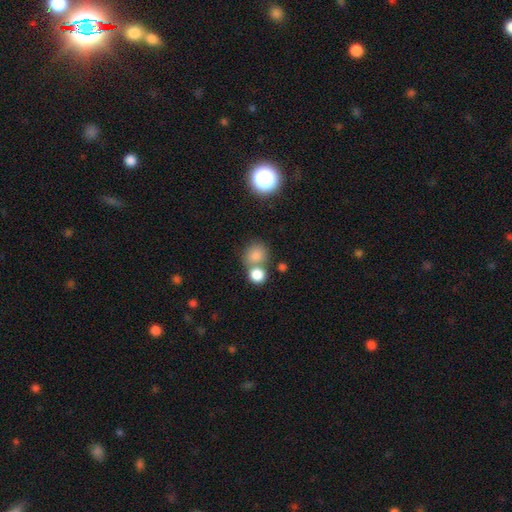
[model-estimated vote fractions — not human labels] The model was most divided on "merging": none: 49%, merger: 38%, minor disturbance: 9%, major disturbance: 4%. More confident: smooth or featured — smooth (80%); how rounded — round (79%).